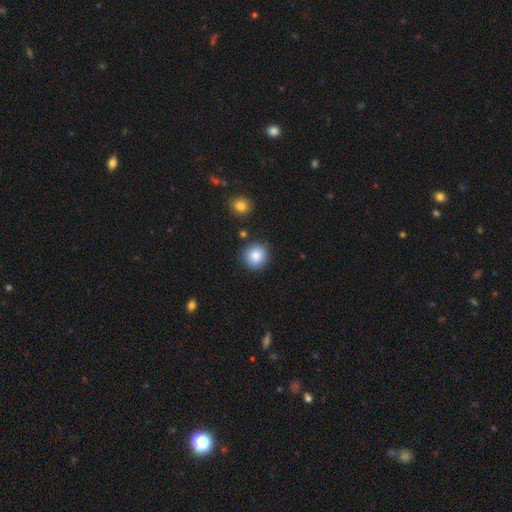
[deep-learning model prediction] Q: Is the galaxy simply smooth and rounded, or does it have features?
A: smooth — 86%.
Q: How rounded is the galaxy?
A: round — 91%.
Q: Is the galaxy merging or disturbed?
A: none — 87%.